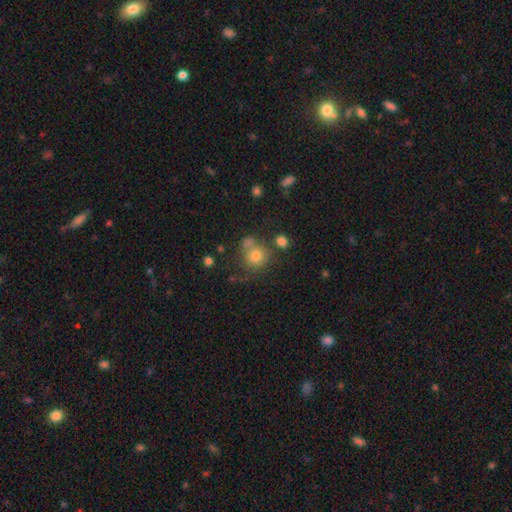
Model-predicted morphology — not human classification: Smooth or featured? smooth (74%)
How rounded? round (86%)
Merging? none (57%)